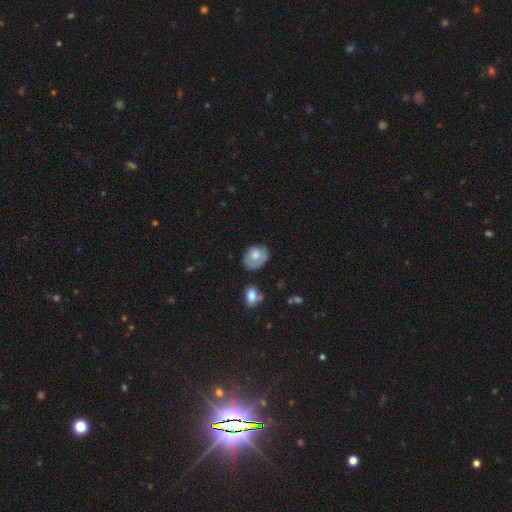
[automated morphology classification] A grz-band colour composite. It shows a smooth galaxy with no disk features (63%) that is in between round and cigar-shaped (58%). Merging: none (56%).